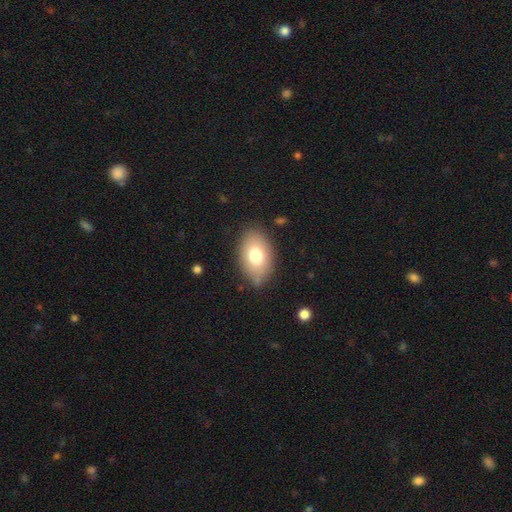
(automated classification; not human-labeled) This appears to be a smooth galaxy with no disk features (75%) that is in between round and cigar-shaped (89%). Merging: none (81%).